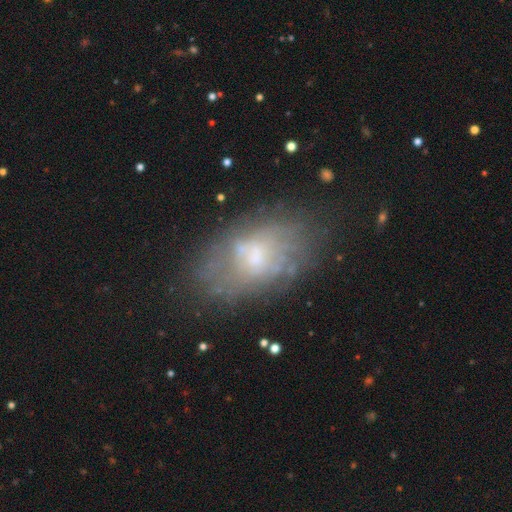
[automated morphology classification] This appears to be a featured or disk galaxy (49%). Merging: none (60%).